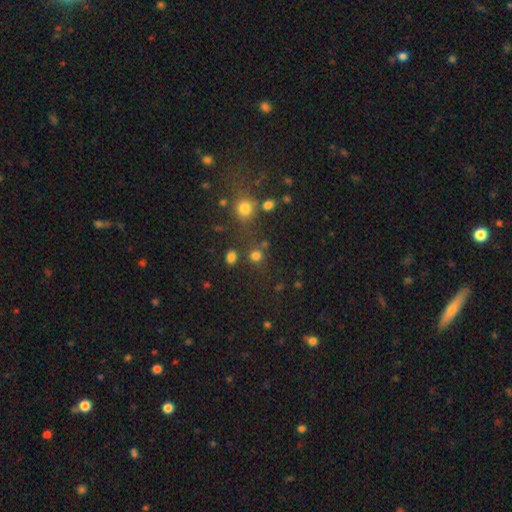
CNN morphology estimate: Q: Smooth or featured?
A: smooth (76%); runner-up: star or artifact (18%)
Q: How rounded?
A: round (85%); runner-up: in between (14%)
Q: Merging?
A: none (73%); runner-up: merger (13%)